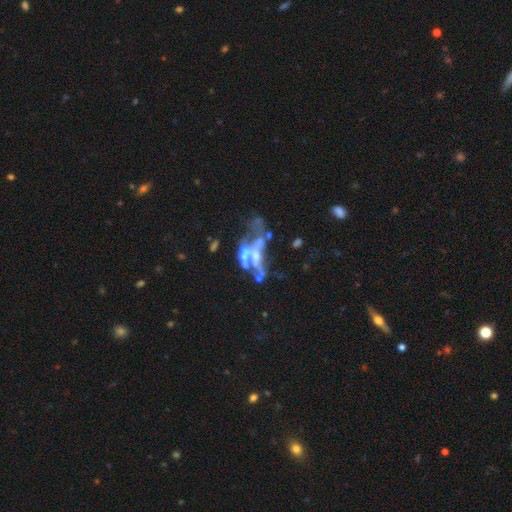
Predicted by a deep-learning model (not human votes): smooth_or_featured: featured or disk (p=0.68) [alt: smooth p=0.16]
disk_edge_on: no (p=0.94) [alt: yes p=0.06]
bar: no (p=0.83) [alt: weak p=0.11]
has_spiral_arms: no (p=0.86) [alt: yes p=0.14]
bulge_size: moderate (p=0.37) [alt: none p=0.32]
merging: merger (p=0.50) [alt: major disturbance p=0.29]